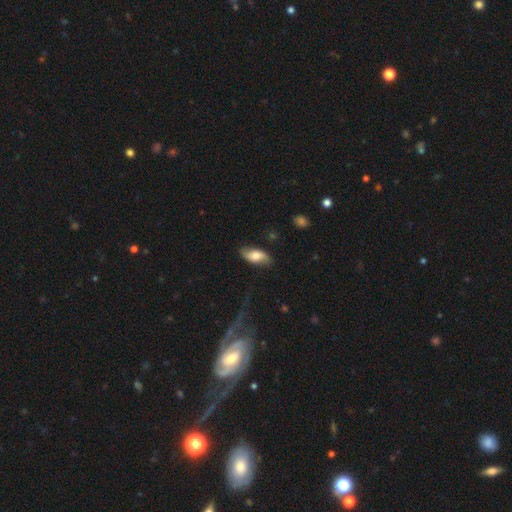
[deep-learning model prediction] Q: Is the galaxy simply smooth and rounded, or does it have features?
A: smooth — 59%.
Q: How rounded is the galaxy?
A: in between — 88%.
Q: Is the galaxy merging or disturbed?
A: none — 77%.